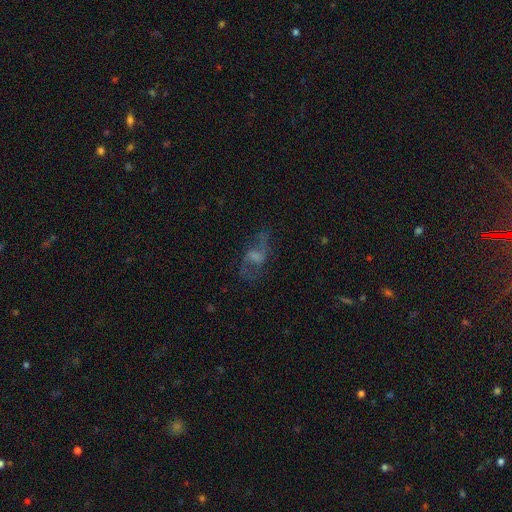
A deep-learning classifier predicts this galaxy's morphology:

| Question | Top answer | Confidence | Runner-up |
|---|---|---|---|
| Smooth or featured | featured or disk | 63% | smooth (23%) |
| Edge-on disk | no | 94% | yes (6%) |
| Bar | weak | 49% | no (35%) |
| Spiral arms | yes | 77% | no (23%) |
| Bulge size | none | 34% | moderate (27%) |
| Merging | none | 62% | major disturbance (19%) |